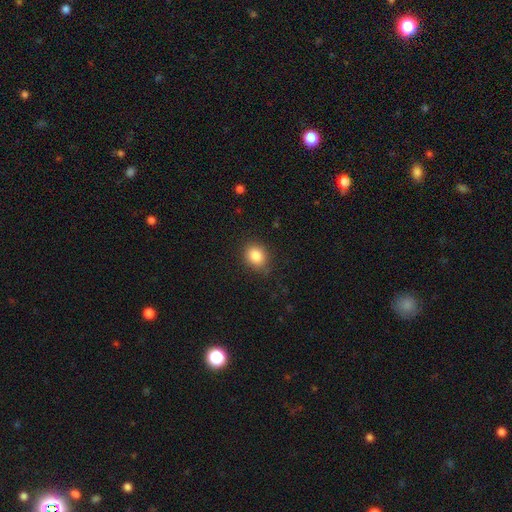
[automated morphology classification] smooth_or_featured: smooth (p=0.85) [alt: star or artifact p=0.10]
how_rounded: round (p=0.55) [alt: in between p=0.44]
merging: none (p=0.81) [alt: minor disturbance p=0.14]